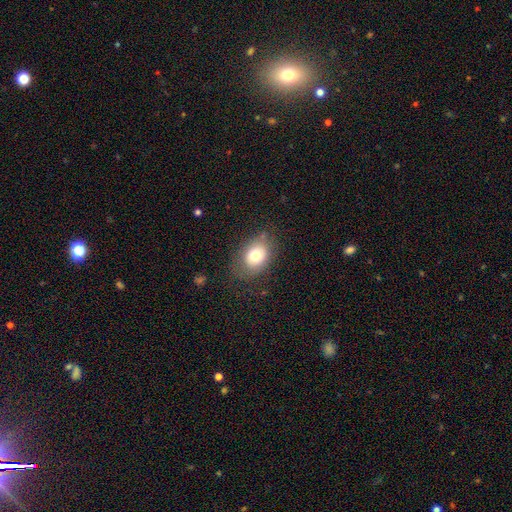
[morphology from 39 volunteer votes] Smooth or featured?
  - smooth: 74% *
  - featured or disk: 15%
  - star or artifact: 10%
How rounded?
  - in between: 72% *
  - round: 28%
  - cigar-shaped: 0%
Merging?
  - none: 63% *
  - minor disturbance: 26%
  - major disturbance: 6%
  - merger: 6%